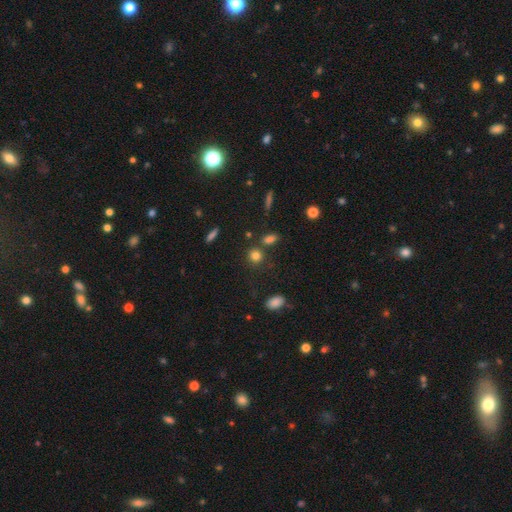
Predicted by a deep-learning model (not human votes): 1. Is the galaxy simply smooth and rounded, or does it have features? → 80% smooth, 13% star or artifact, 7% featured or disk.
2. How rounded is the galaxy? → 79% round, 19% in between, 2% cigar-shaped.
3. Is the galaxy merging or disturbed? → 73% none, 13% merger, 11% minor disturbance, 4% major disturbance.